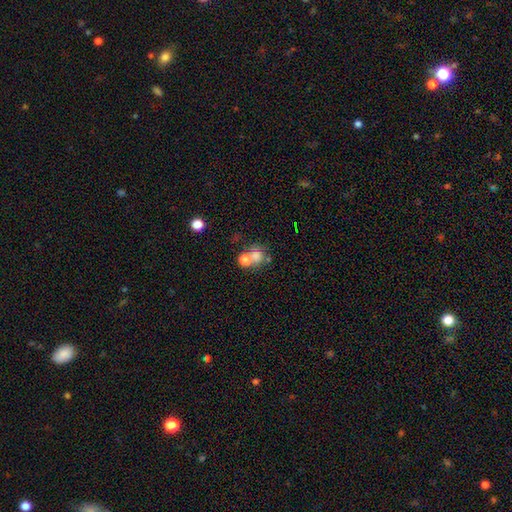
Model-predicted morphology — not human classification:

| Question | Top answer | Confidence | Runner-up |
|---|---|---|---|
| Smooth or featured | smooth | 71% | featured or disk (15%) |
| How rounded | round | 77% | in between (22%) |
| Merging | merger | 48% | none (38%) |